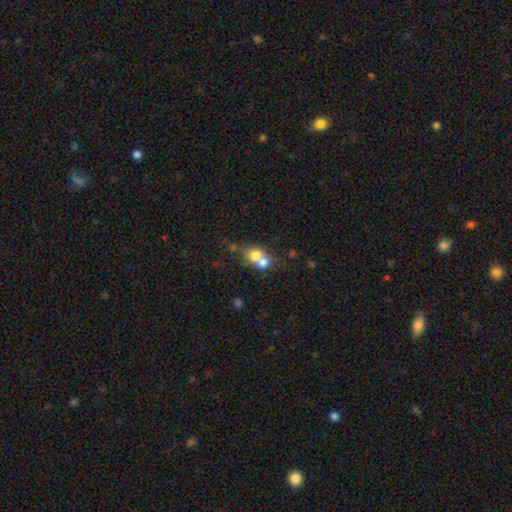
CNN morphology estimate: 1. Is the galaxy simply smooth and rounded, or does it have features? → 70% smooth, 19% featured or disk, 11% star or artifact.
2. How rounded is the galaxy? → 70% round, 28% in between, 1% cigar-shaped.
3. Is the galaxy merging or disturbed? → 65% merger, 26% none, 6% minor disturbance, 3% major disturbance.